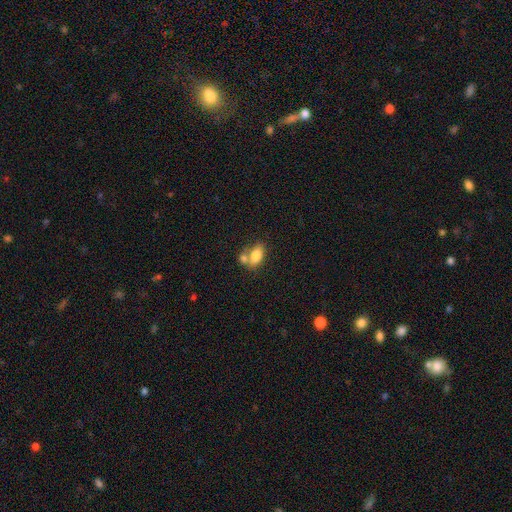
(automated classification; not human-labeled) This appears to be a smooth galaxy with no disk features (78%) that is in between round and cigar-shaped (88%). Merging: merger (44%).